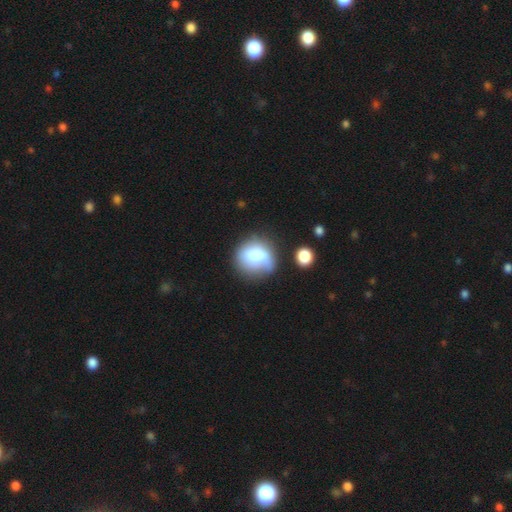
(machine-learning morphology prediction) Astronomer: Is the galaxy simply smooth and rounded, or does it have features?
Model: smooth — 75%.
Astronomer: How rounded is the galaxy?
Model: round — 81%.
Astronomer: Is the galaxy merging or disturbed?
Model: none — 50% (runner-up: minor disturbance, 27%).